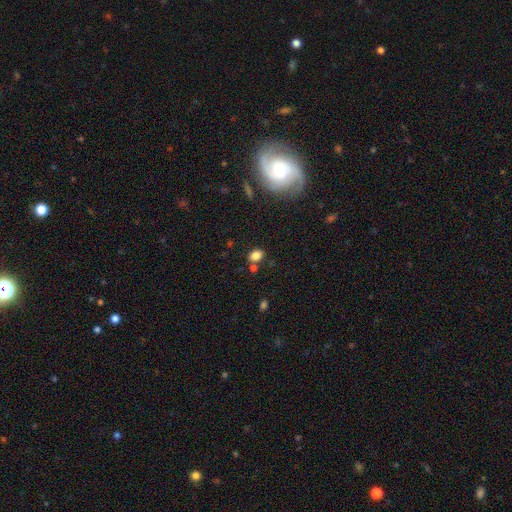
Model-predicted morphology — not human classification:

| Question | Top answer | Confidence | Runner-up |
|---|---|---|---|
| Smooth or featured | smooth | 81% | star or artifact (13%) |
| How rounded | in between | 76% | round (23%) |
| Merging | none | 71% | merger (13%) |